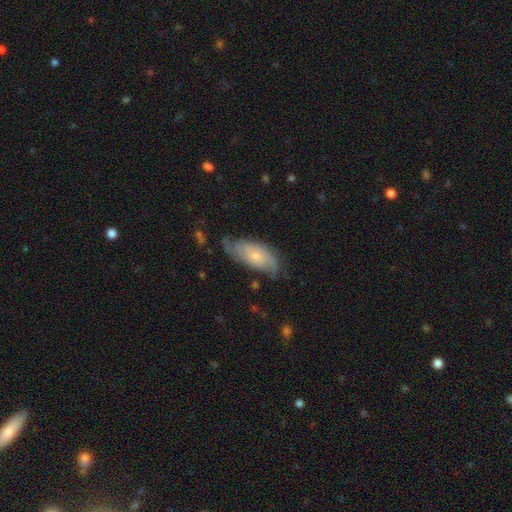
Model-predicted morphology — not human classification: Q: Smooth or featured?
A: featured or disk (65%); runner-up: smooth (29%)
Q: Edge-on disk?
A: no (91%); runner-up: yes (9%)
Q: Bar?
A: no (74%); runner-up: weak (22%)
Q: Spiral arms?
A: yes (89%); runner-up: no (11%)
Q: Spiral winding?
A: tight (44%); runner-up: medium (36%)
Q: Spiral arm count?
A: 2 (55%); runner-up: can't tell (28%)
Q: Bulge size?
A: small (61%); runner-up: moderate (32%)
Q: Merging?
A: none (62%); runner-up: minor disturbance (25%)